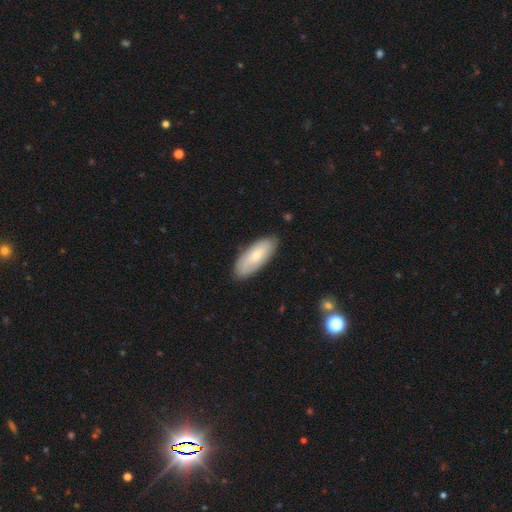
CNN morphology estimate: type=smooth (69%); roundness=in between (80%); merging=none (85%).